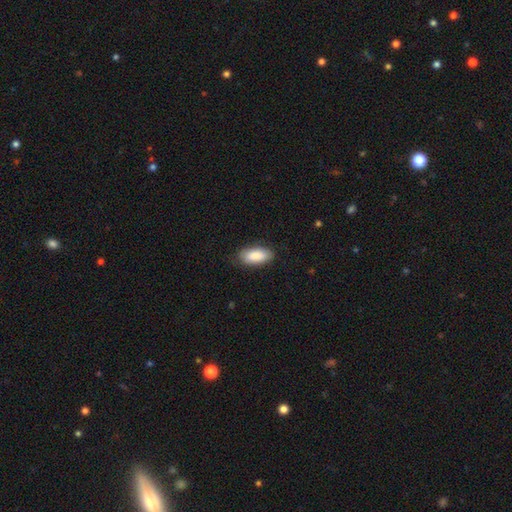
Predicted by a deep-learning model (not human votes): smooth_or_featured: smooth (p=0.87) [alt: featured or disk p=0.07]
how_rounded: in between (p=0.90) [alt: cigar-shaped p=0.08]
merging: none (p=0.80) [alt: minor disturbance p=0.16]